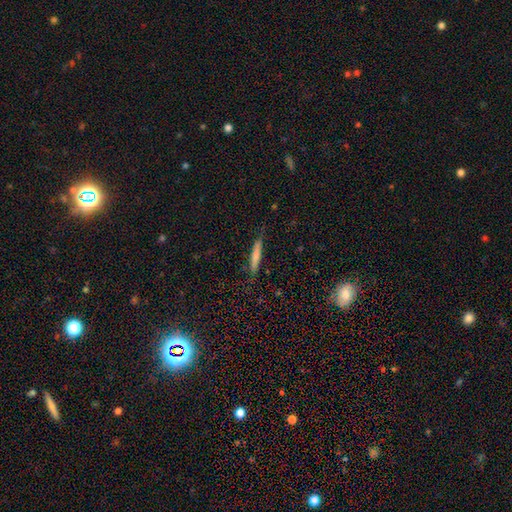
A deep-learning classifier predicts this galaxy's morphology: This is likely a smooth galaxy (73%). How rounded: clearly cigar-shaped (93%). Merging: clearly none (83%).